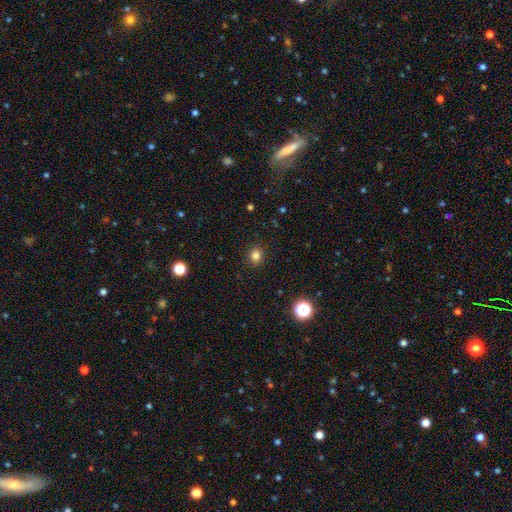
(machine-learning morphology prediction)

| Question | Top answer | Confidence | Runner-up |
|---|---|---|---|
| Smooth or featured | smooth | 82% | star or artifact (14%) |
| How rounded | round | 87% | in between (12%) |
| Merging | none | 91% | minor disturbance (6%) |